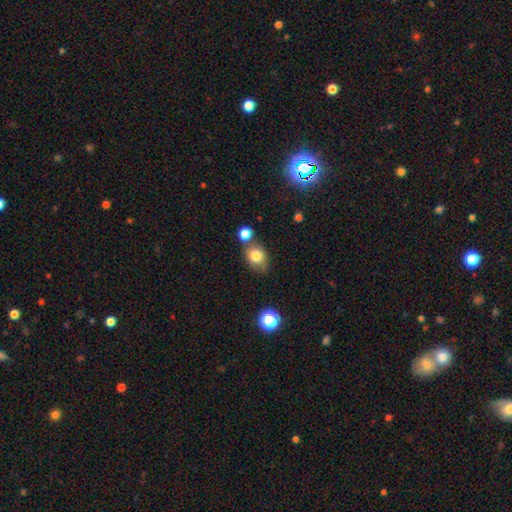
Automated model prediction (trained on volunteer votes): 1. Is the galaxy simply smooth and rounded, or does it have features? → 81% smooth, 10% star or artifact, 9% featured or disk.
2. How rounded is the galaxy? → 53% in between, 46% round, 1% cigar-shaped.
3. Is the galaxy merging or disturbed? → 61% none, 17% merger, 17% minor disturbance, 5% major disturbance.